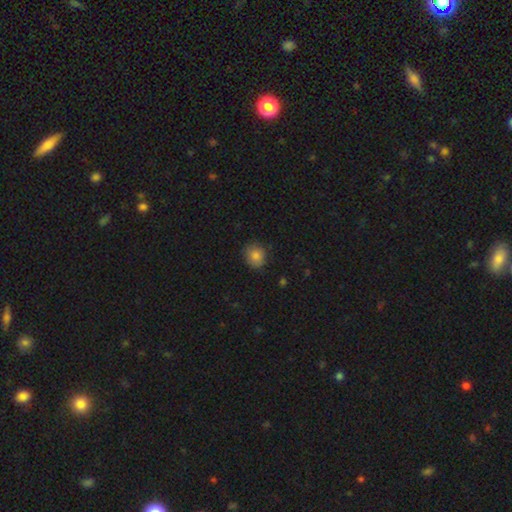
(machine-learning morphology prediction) This is clearly a smooth galaxy (85%). How rounded: clearly round (81%). Merging: clearly none (82%).